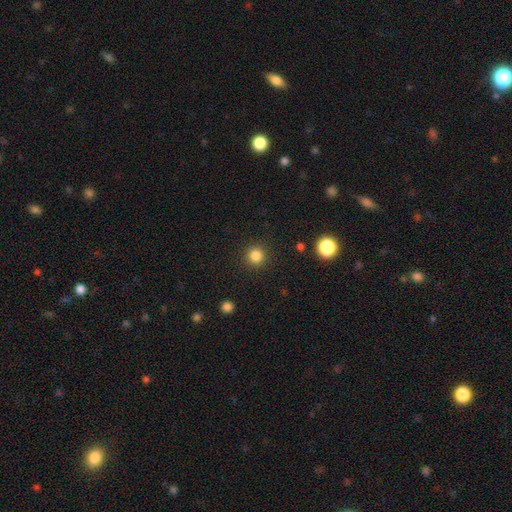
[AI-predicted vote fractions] smooth 83%, star or artifact 12%, featured or disk 4%. Down the decision tree: how rounded — round (94%); merging — none (91%).